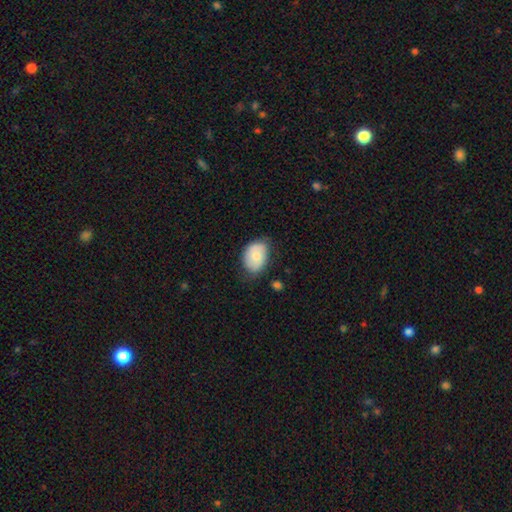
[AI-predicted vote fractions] smooth_or_featured: smooth (p=0.73) [alt: featured or disk p=0.21]
how_rounded: in between (p=0.76) [alt: round p=0.23]
merging: none (p=0.66) [alt: minor disturbance p=0.27]